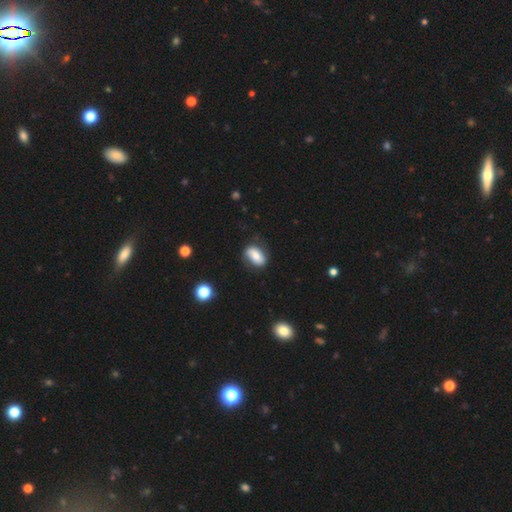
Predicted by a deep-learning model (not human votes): Morphology: type=smooth (70%); roundness=in between (88%); merging=none (74%).